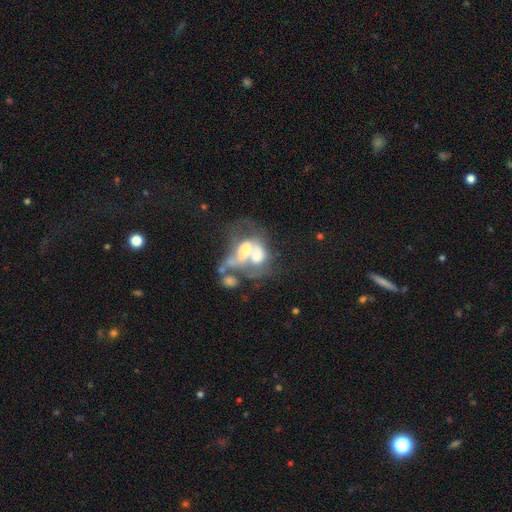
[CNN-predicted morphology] smooth_or_featured: featured or disk (p=0.56) [alt: smooth p=0.31]
disk_edge_on: no (p=0.96) [alt: yes p=0.04]
bar: no (p=0.81) [alt: weak p=0.13]
has_spiral_arms: no (p=0.81) [alt: yes p=0.19]
bulge_size: moderate (p=0.42) [alt: large p=0.21]
merging: merger (p=0.67) [alt: major disturbance p=0.18]